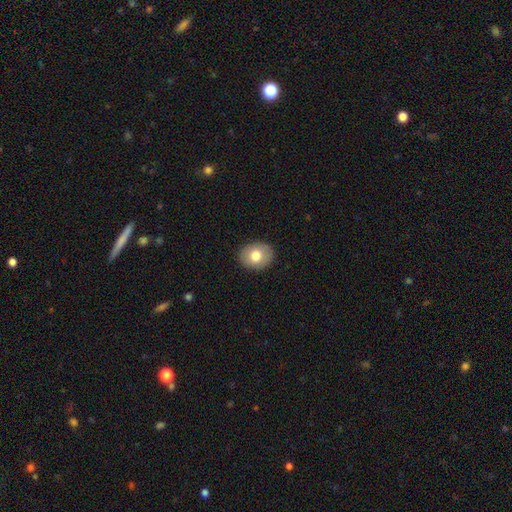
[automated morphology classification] A smooth galaxy with no disk features (76%) that is round (54%). Merging: none (90%).